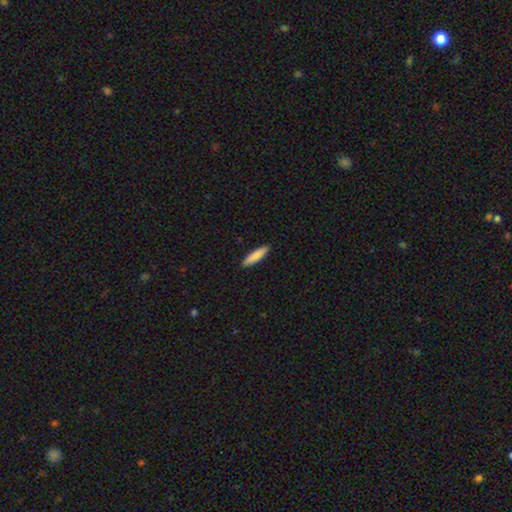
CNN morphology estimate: smooth-or-featured: smooth: 85% | featured or disk: 10% | star or artifact: 5%
  how-rounded: cigar-shaped: 80% | in between: 19% | round: 1%
  merging: none: 91% | minor disturbance: 7% | major disturbance: 1% | merger: 1%